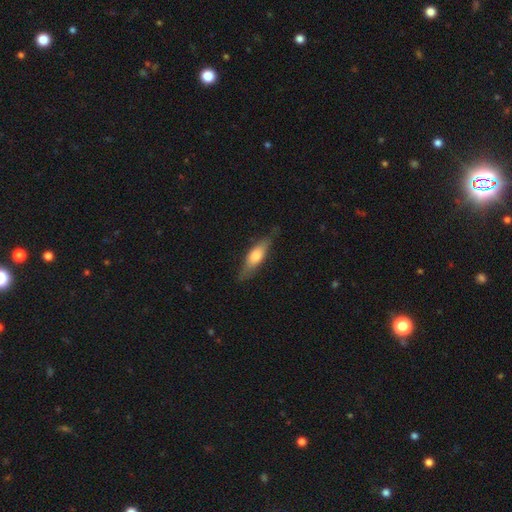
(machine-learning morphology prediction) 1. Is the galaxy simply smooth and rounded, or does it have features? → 53% smooth, 41% featured or disk, 6% star or artifact.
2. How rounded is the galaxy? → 58% cigar-shaped, 40% in between, 3% round.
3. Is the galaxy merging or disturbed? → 79% none, 16% minor disturbance, 4% major disturbance, 1% merger.